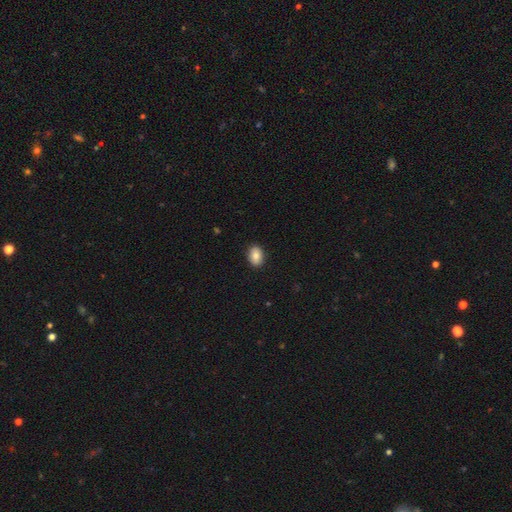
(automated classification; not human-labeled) Morphology: type=smooth (84%); roundness=in between (79%); merging=none (90%).